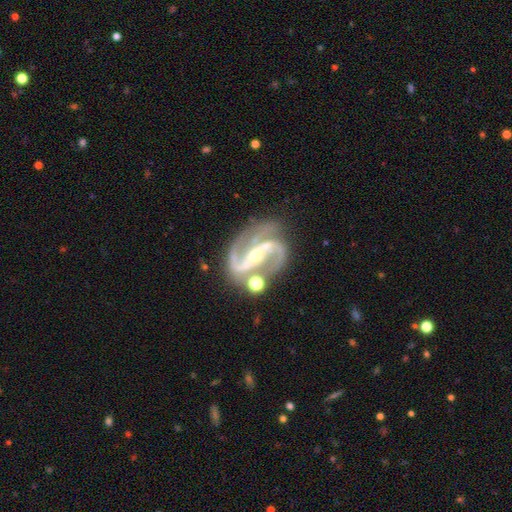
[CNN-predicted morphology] Q: Smooth or featured?
A: featured or disk (92%); runner-up: star or artifact (5%)
Q: Edge-on disk?
A: no (97%); runner-up: yes (3%)
Q: Bar?
A: strong (59%); runner-up: weak (23%)
Q: Spiral arms?
A: yes (98%); runner-up: no (2%)
Q: Spiral winding?
A: medium (59%); runner-up: loose (21%)
Q: Spiral arm count?
A: 2 (90%); runner-up: 3 (5%)
Q: Bulge size?
A: small (58%); runner-up: moderate (39%)
Q: Merging?
A: none (69%); runner-up: minor disturbance (16%)